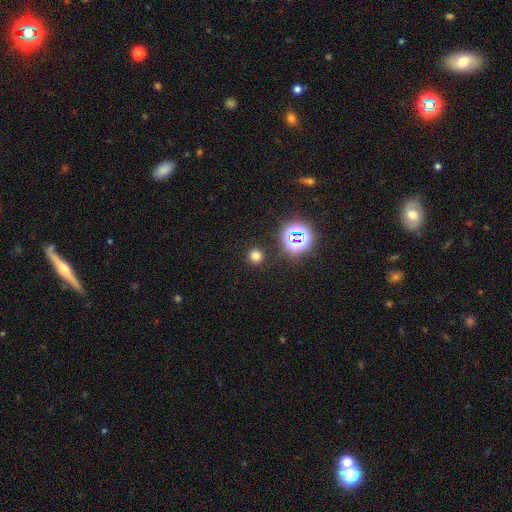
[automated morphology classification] smooth_or_featured: smooth (p=0.69) [alt: star or artifact p=0.25]
how_rounded: round (p=0.93) [alt: in between p=0.06]
merging: none (p=0.90) [alt: minor disturbance p=0.06]